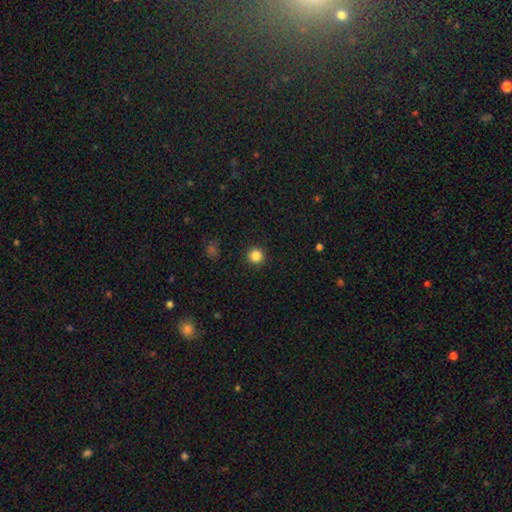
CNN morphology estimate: Smooth or featured? Predicted: smooth (p=0.85). How rounded? Predicted: round (p=0.95). Merging? Predicted: none (p=0.93).